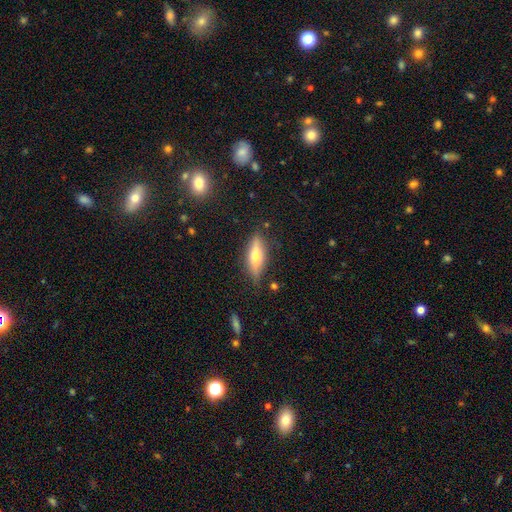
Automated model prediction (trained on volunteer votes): Q: Smooth or featured?
A: featured or disk (47%); runner-up: smooth (45%)
Q: Merging?
A: none (79%); runner-up: minor disturbance (16%)